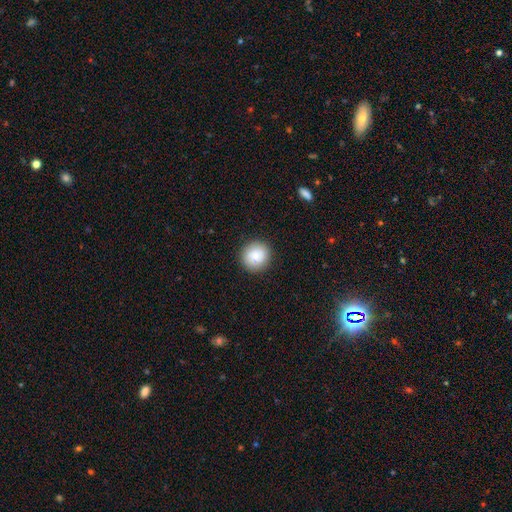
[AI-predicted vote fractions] The model was most divided on "smooth or featured": smooth: 85%, star or artifact: 8%, featured or disk: 7%. More confident: how rounded — round (92%); merging — none (90%).